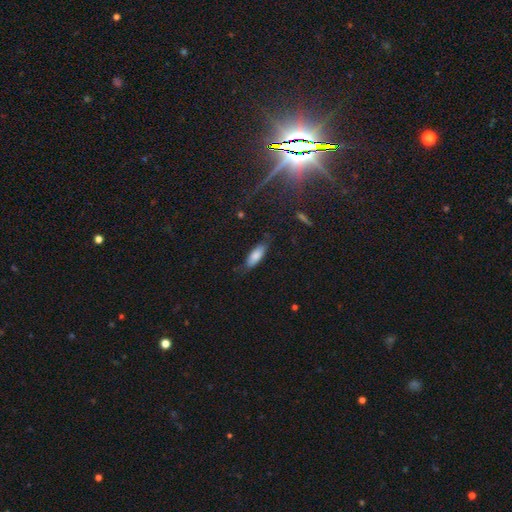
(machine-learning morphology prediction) type=smooth (79%); roundness=in between (61%); merging=none (73%).